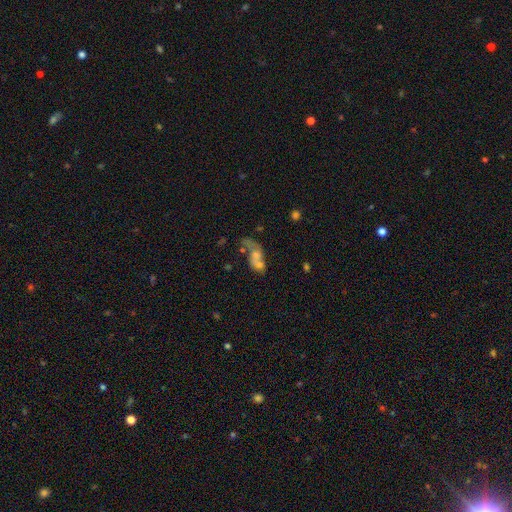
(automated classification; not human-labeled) A featured or disk galaxy (44%).

Vote fractions:
- Smooth or featured? featured or disk: 44% / smooth: 39% / star or artifact: 16%
- Merging? merger: 50% / none: 21% / major disturbance: 18% / minor disturbance: 10%